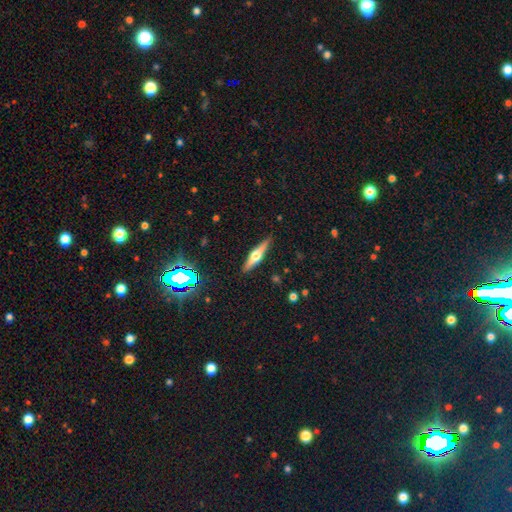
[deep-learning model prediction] Q: Smooth or featured?
A: featured or disk (61%); runner-up: smooth (31%)
Q: Edge-on disk?
A: yes (96%); runner-up: no (4%)
Q: Edge-on bulge?
A: rounded (93%); runner-up: boxy (4%)
Q: Merging?
A: none (90%); runner-up: minor disturbance (7%)